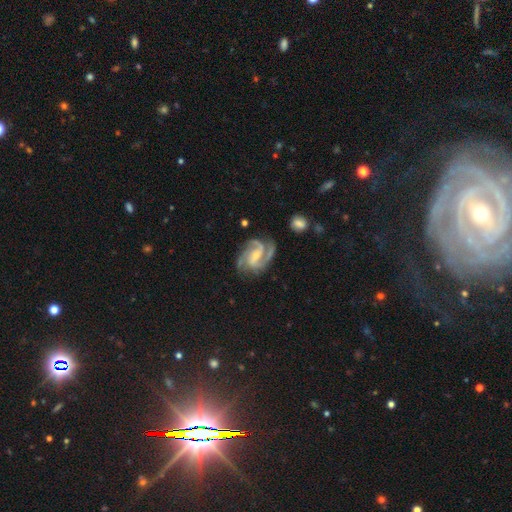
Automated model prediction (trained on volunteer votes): Smooth or featured: featured or disk — 91% (smooth — 5%)
Edge-on disk: no — 98% (yes — 2%)
Bar: weak — 45% (no — 30%)
Spiral arms: yes — 98% (no — 2%)
Spiral winding: medium — 53% (tight — 34%)
Spiral arm count: 3 — 51% (2 — 27%)
Bulge size: small — 59% (moderate — 35%)
Merging: none — 68% (minor disturbance — 19%)